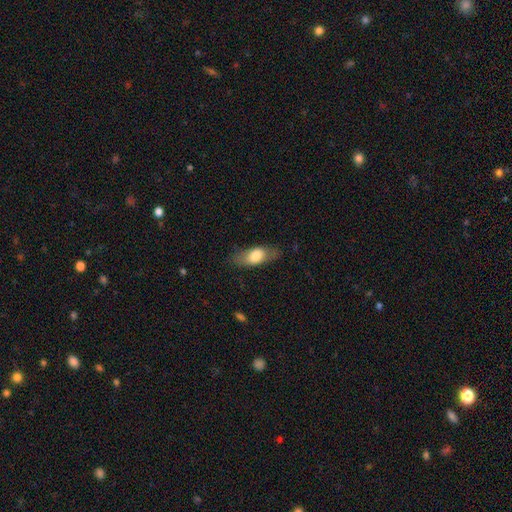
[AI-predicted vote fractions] A smooth galaxy with no disk features (70%) that is in between round and cigar-shaped (77%).

Vote fractions:
- Smooth or featured? smooth: 70% / featured or disk: 23% / star or artifact: 7%
- How rounded? in between: 77% / cigar-shaped: 19% / round: 5%
- Merging? none: 77% / minor disturbance: 16% / major disturbance: 6% / merger: 1%